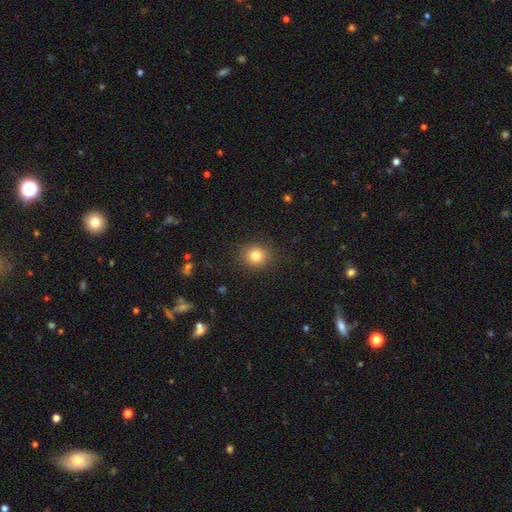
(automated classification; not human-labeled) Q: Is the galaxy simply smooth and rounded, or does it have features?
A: smooth — 81%.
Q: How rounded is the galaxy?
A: round — 83%.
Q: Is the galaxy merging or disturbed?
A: none — 89%.